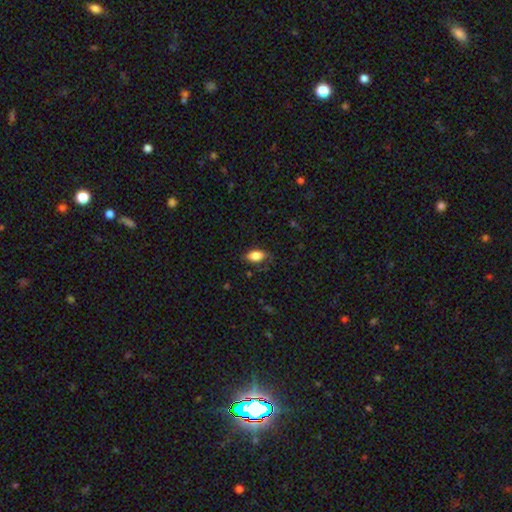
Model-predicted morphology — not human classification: smooth_or_featured: smooth (p=0.83) [alt: featured or disk p=0.10]
how_rounded: in between (p=0.90) [alt: round p=0.05]
merging: none (p=0.74) [alt: minor disturbance p=0.19]